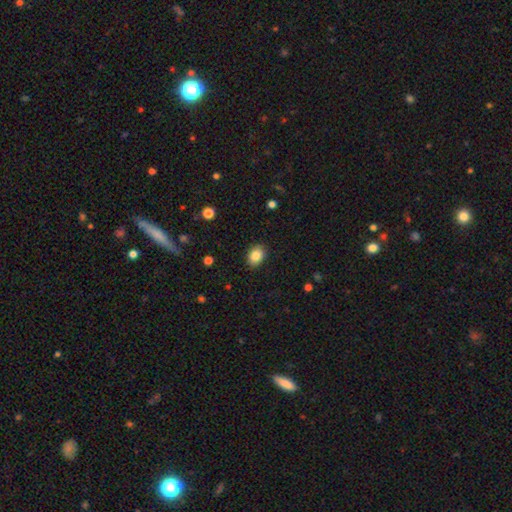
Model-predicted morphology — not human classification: smooth 86%, star or artifact 8%, featured or disk 6%. Down the decision tree: how rounded — in between (71%); merging — none (88%).